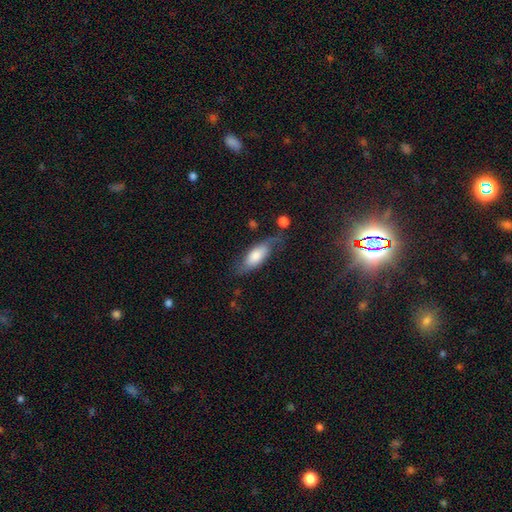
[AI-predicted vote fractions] Smooth or featured? smooth (63%)
How rounded? in between (73%)
Merging? none (58%)